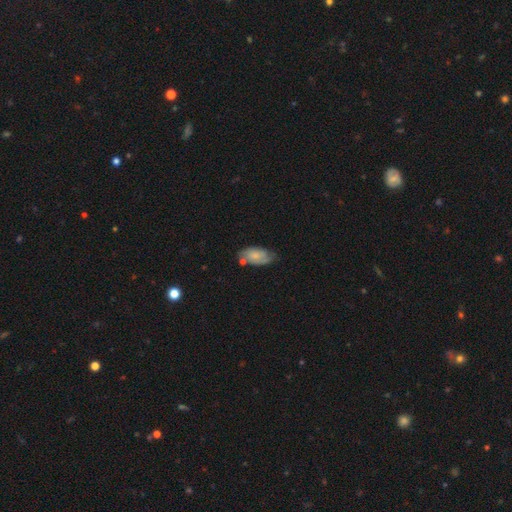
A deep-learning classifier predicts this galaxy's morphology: A smooth galaxy with no disk features (54%) that is in between round and cigar-shaped (91%).

Vote fractions:
- Smooth or featured? smooth: 54% / featured or disk: 39% / star or artifact: 7%
- How rounded? in between: 91% / cigar-shaped: 5% / round: 4%
- Merging? none: 58% / minor disturbance: 27% / merger: 8% / major disturbance: 7%